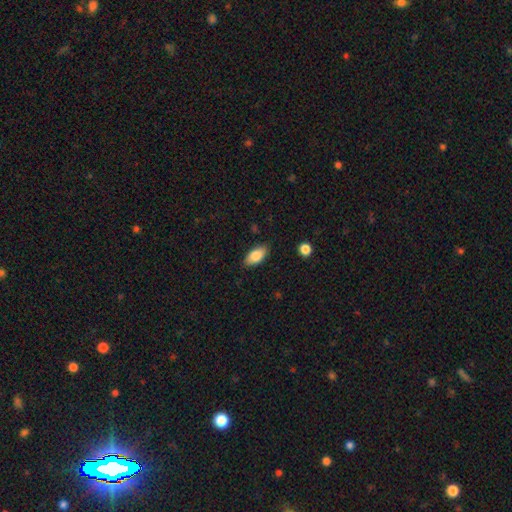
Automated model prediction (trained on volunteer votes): smooth_or_featured: smooth (p=0.83) [alt: featured or disk p=0.10]
how_rounded: in between (p=0.91) [alt: cigar-shaped p=0.06]
merging: none (p=0.84) [alt: minor disturbance p=0.12]